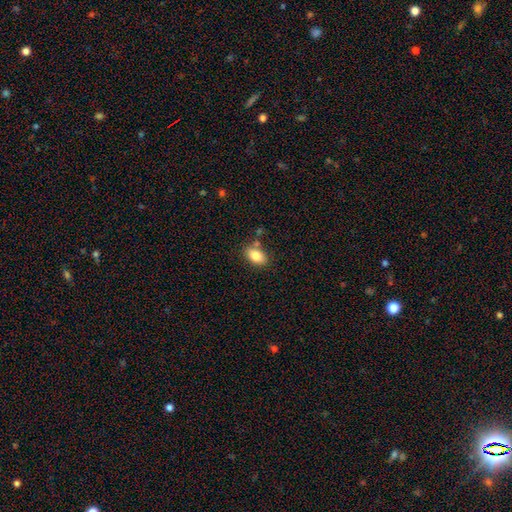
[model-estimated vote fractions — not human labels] Q: Smooth or featured?
A: smooth (83%); runner-up: featured or disk (9%)
Q: How rounded?
A: in between (91%); runner-up: round (7%)
Q: Merging?
A: none (76%); runner-up: minor disturbance (13%)